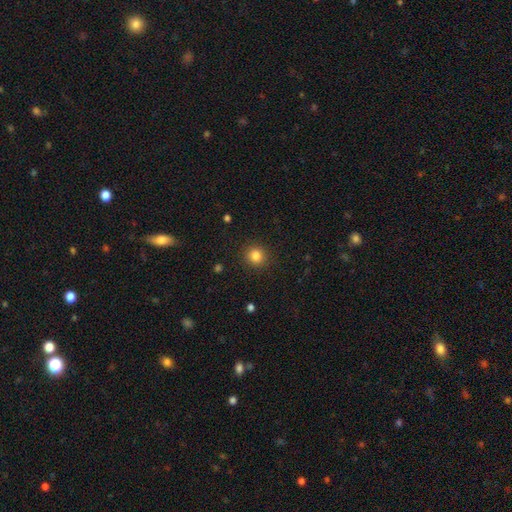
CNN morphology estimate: smooth_or_featured: smooth (p=0.84) [alt: star or artifact p=0.12]
how_rounded: round (p=0.89) [alt: in between p=0.11]
merging: none (p=0.90) [alt: minor disturbance p=0.06]